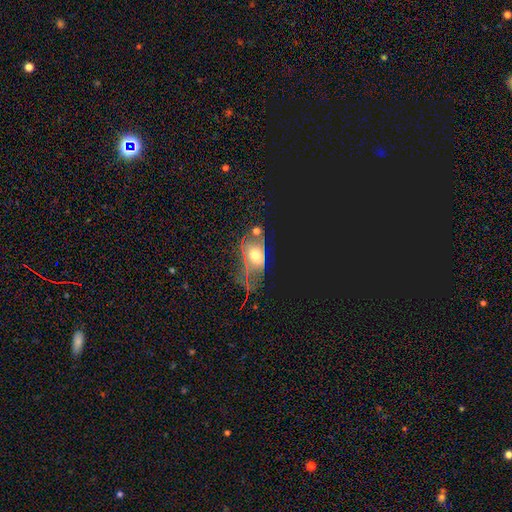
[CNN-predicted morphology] type=featured or disk (36%); merging=none (48%).